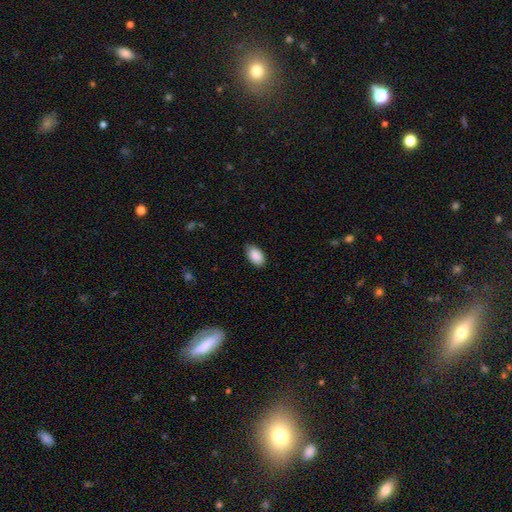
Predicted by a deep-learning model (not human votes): Smooth or featured? Predicted: smooth (p=0.90). How rounded? Predicted: in between (p=0.93). Merging? Predicted: none (p=0.83).